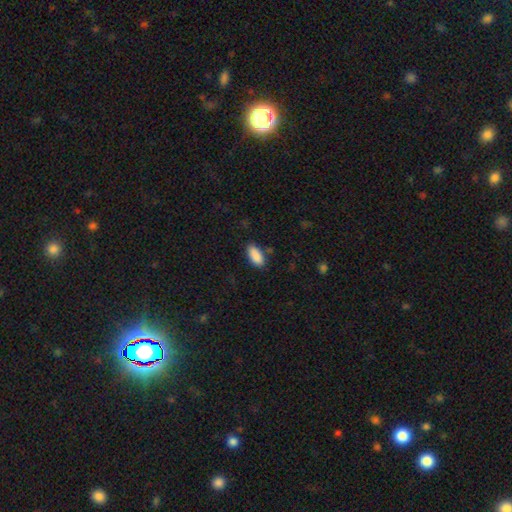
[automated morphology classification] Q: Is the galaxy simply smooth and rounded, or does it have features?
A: smooth — 90%.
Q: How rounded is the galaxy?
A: in between — 89%.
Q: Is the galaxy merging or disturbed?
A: none — 82%.